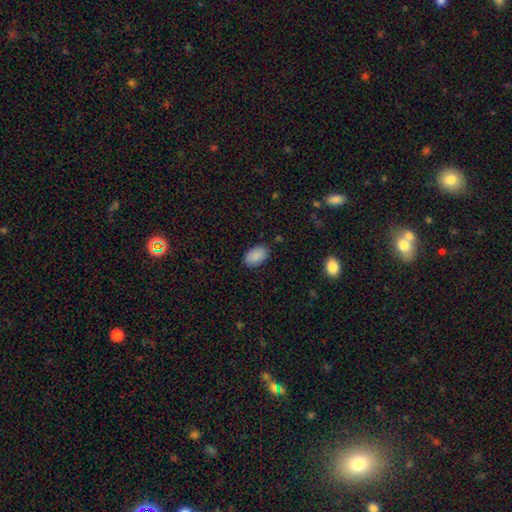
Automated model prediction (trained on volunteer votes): Overall: smooth (89%). How rounded: in between (93%). Merging: none (86%).